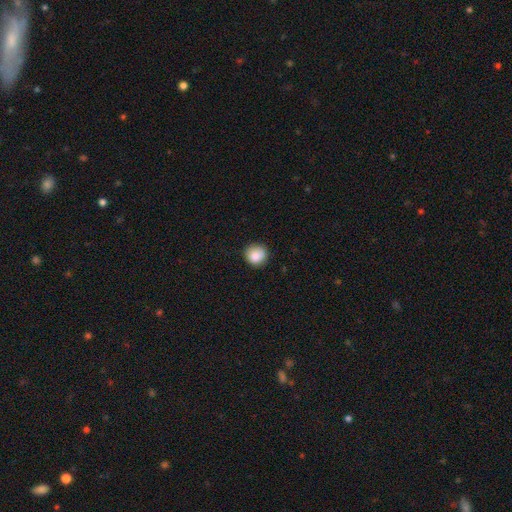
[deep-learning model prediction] A smooth galaxy with no disk features (84%) that is round (90%). Merging: none (80%).